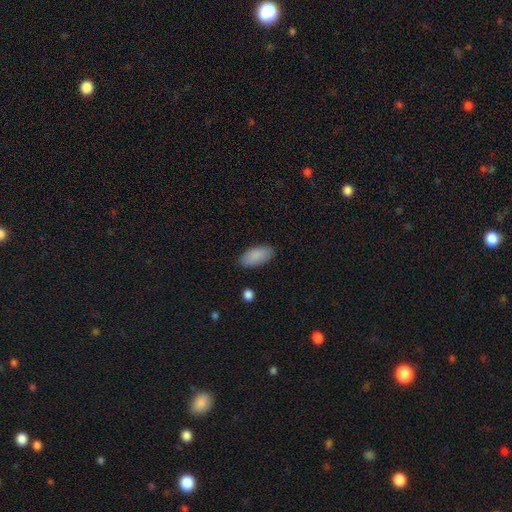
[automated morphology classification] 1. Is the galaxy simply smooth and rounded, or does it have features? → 89% smooth, 7% star or artifact, 5% featured or disk.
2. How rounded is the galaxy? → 92% in between, 6% cigar-shaped, 2% round.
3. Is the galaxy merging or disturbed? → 85% none, 11% minor disturbance, 3% major disturbance, 1% merger.